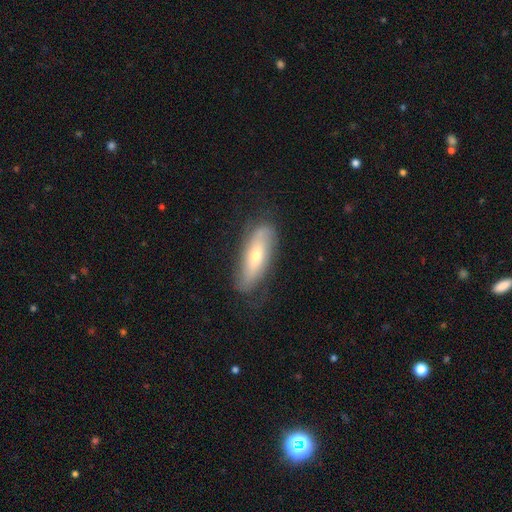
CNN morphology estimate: smooth-or-featured: featured or disk: 47% | smooth: 46% | star or artifact: 7%
  merging: none: 71% | minor disturbance: 21% | major disturbance: 7% | merger: 1%